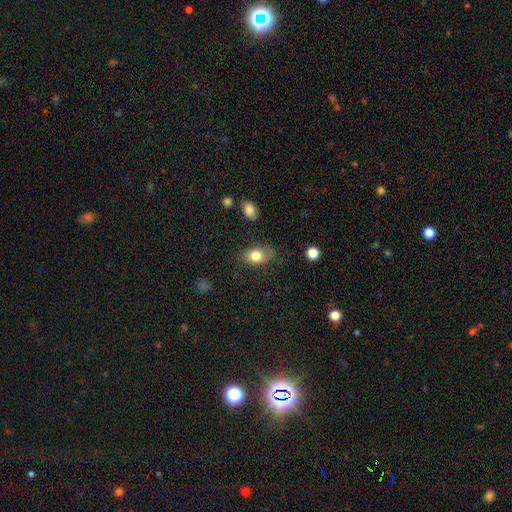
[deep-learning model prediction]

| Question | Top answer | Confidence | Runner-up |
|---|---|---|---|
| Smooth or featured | smooth | 81% | featured or disk (10%) |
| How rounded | in between | 73% | round (25%) |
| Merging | none | 73% | minor disturbance (19%) |